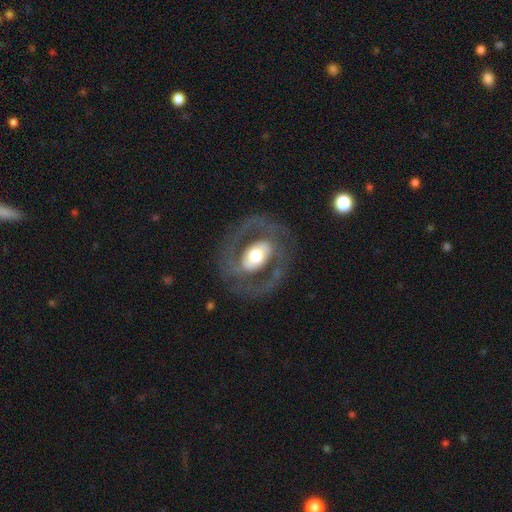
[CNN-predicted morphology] Q: Smooth or featured?
A: featured or disk (77%); runner-up: smooth (17%)
Q: Edge-on disk?
A: no (95%); runner-up: yes (5%)
Q: Bar?
A: no (39%); runner-up: strong (31%)
Q: Spiral arms?
A: yes (67%); runner-up: no (33%)
Q: Bulge size?
A: moderate (52%); runner-up: large (35%)
Q: Merging?
A: none (75%); runner-up: major disturbance (12%)